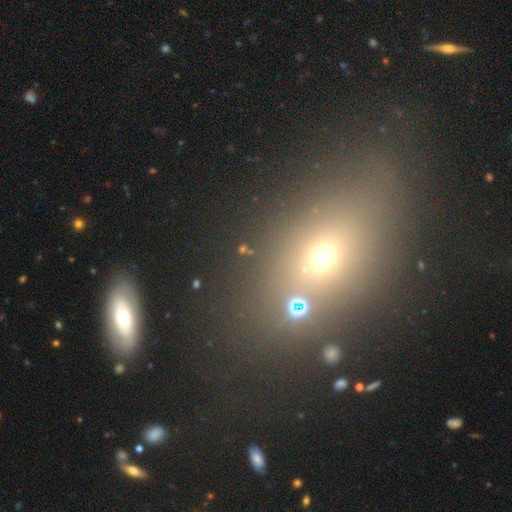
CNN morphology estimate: Smooth or featured: smooth — 54% (star or artifact — 28%)
How rounded: in between — 62% (round — 33%)
Merging: none — 62% (merger — 18%)